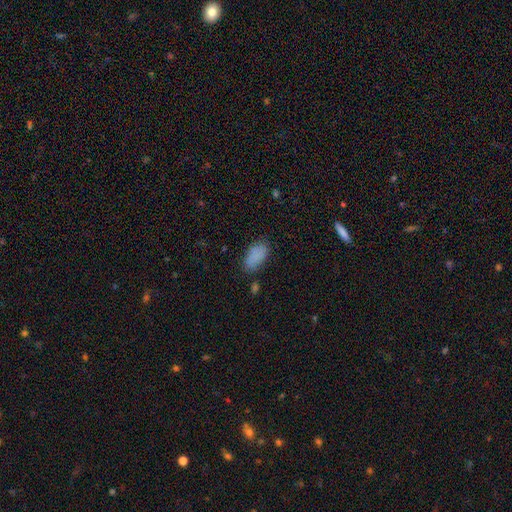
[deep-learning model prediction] smooth_or_featured: smooth (p=0.86) [alt: star or artifact p=0.08]
how_rounded: in between (p=0.93) [alt: cigar-shaped p=0.04]
merging: none (p=0.73) [alt: minor disturbance p=0.19]